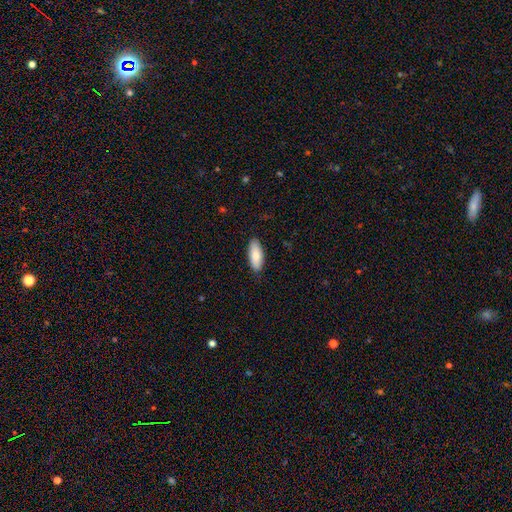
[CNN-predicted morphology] smooth_or_featured: smooth (p=0.81) [alt: featured or disk p=0.13]
how_rounded: in between (p=0.79) [alt: cigar-shaped p=0.19]
merging: none (p=0.88) [alt: minor disturbance p=0.09]